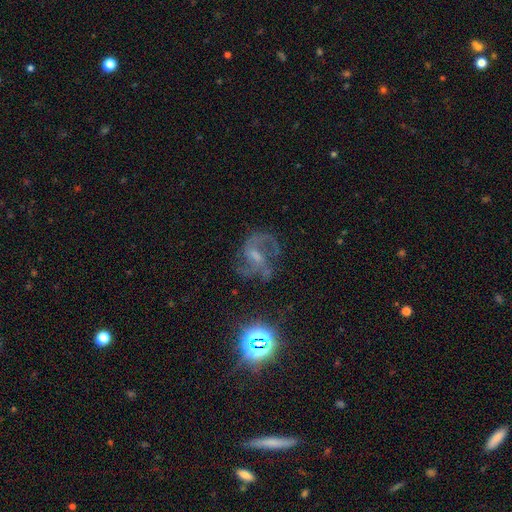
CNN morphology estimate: Smooth or featured? Predicted: featured or disk (p=0.76). Edge-on disk? Predicted: no (p=0.98). Bar? Predicted: weak (p=0.53). Spiral arms? Predicted: yes (p=0.91). Spiral winding? Predicted: medium (p=0.52). Spiral arm count? Predicted: 2 (p=0.66). Bulge size? Predicted: small (p=0.37). Merging? Predicted: none (p=0.56).